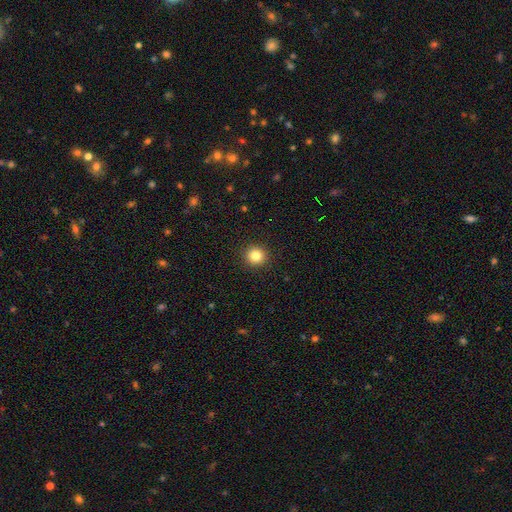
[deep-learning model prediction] smooth-or-featured: smooth: 83% | star or artifact: 11% | featured or disk: 6%
  how-rounded: round: 92% | in between: 7% | cigar-shaped: 1%
  merging: none: 93% | minor disturbance: 5% | major disturbance: 2% | merger: 1%